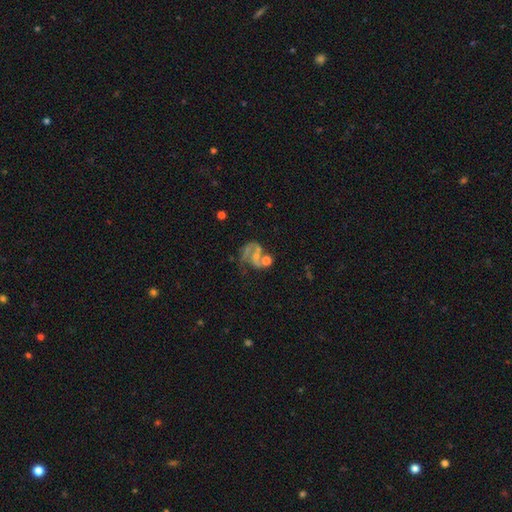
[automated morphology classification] A featured or disk galaxy (64%) with no bar (59%), spiral arms (70%) and a small central bulge (38%). Merging: major disturbance (30%).